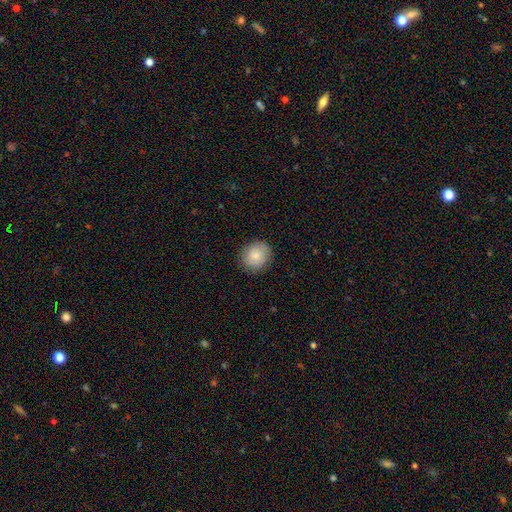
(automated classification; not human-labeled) Smooth or featured? smooth (82%)
How rounded? round (81%)
Merging? none (87%)